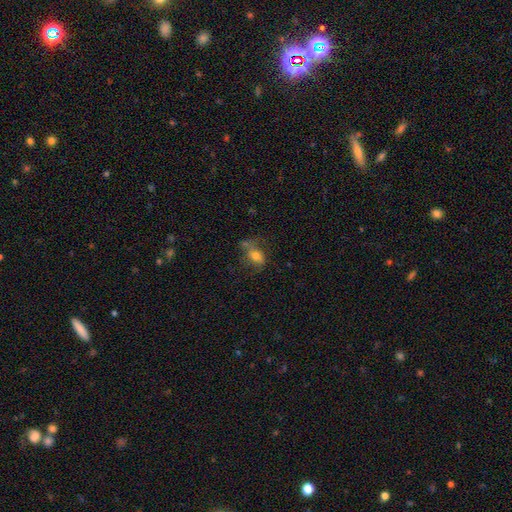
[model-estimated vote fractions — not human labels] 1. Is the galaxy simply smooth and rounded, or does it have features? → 59% smooth, 28% featured or disk, 13% star or artifact.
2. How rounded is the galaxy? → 73% in between, 23% round, 4% cigar-shaped.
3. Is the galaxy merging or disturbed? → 43% none, 24% minor disturbance, 20% major disturbance, 13% merger.